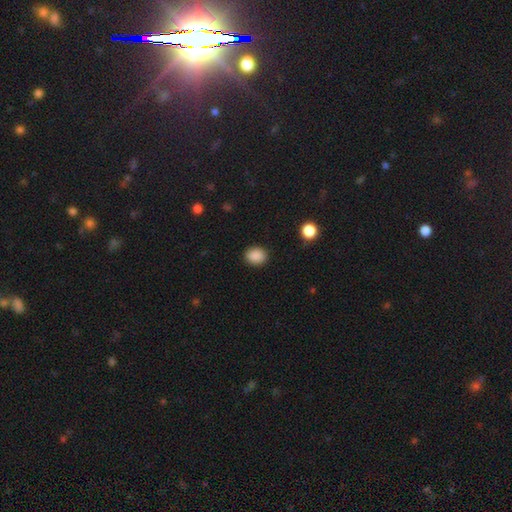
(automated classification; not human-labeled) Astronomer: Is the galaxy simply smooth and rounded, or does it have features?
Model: smooth — 88%.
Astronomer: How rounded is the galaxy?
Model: round — 57% (runner-up: in between, 42%).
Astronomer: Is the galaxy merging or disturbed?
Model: none — 89%.